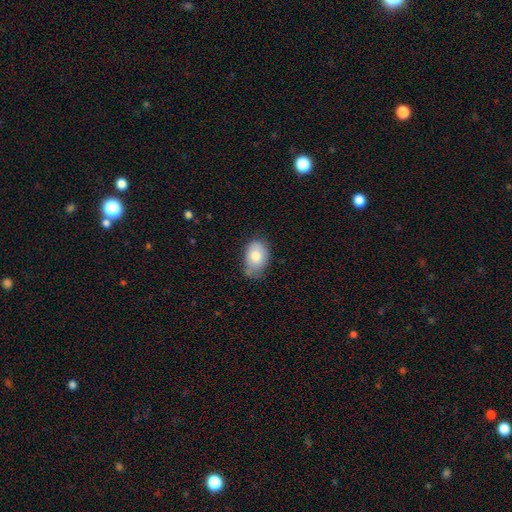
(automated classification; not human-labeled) Overall: smooth (78%). How rounded: in between (86%). Merging: none (56%; minor disturbance 35%).